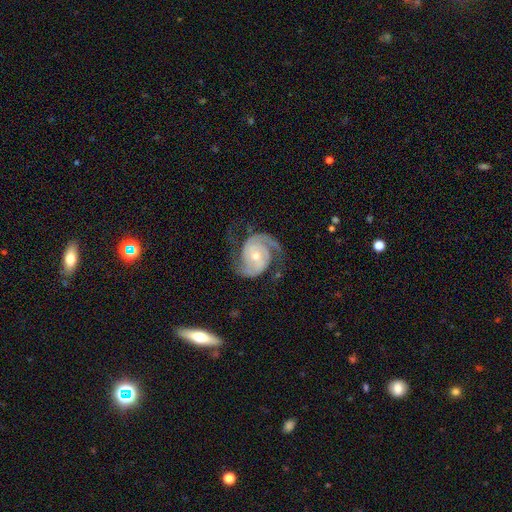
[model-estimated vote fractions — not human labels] This appears to be a featured or disk galaxy (90%) with no bar (62%), 2 (89%) medium (48%) spiral arms (98%) and a small central bulge (50%). Merging: none (70%).